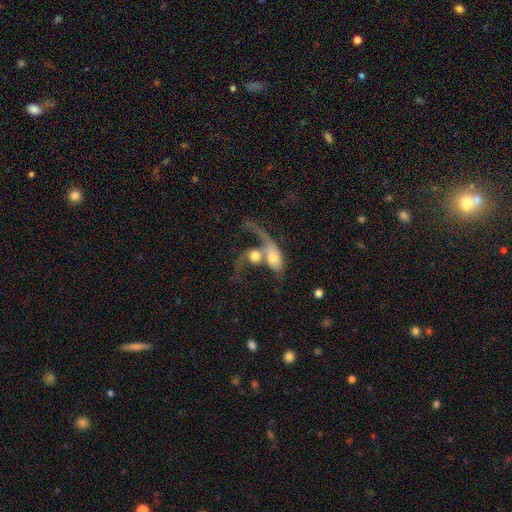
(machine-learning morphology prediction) smooth_or_featured: featured or disk (p=0.59) [alt: smooth p=0.33]
disk_edge_on: no (p=0.92) [alt: yes p=0.08]
bar: no (p=0.68) [alt: weak p=0.25]
has_spiral_arms: yes (p=0.73) [alt: no p=0.27]
bulge_size: moderate (p=0.48) [alt: large p=0.24]
merging: merger (p=0.73) [alt: major disturbance p=0.12]